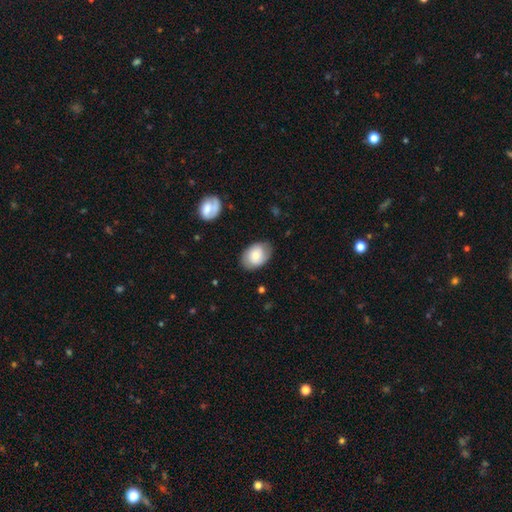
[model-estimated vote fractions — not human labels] Morphology: type=smooth (66%); roundness=in between (78%); merging=none (77%).